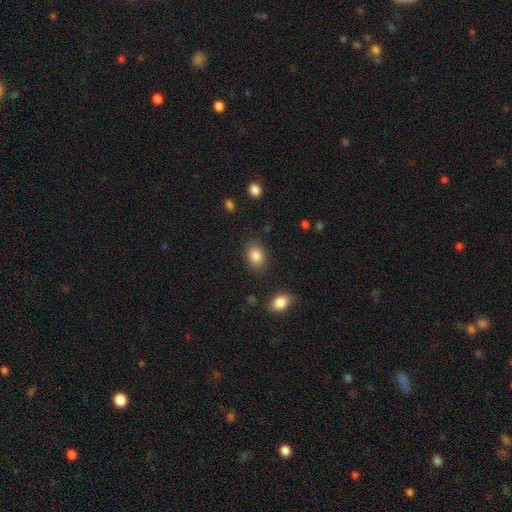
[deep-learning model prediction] The model was most divided on "how rounded": in between: 67%, round: 32%, cigar-shaped: 1%. More confident: smooth or featured — smooth (85%); merging — none (83%).